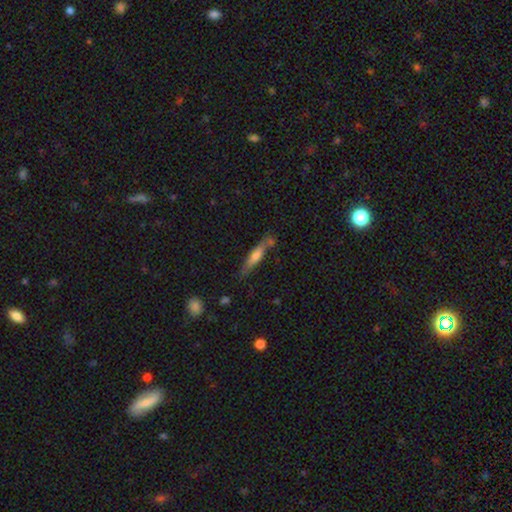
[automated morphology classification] This is possibly a smooth galaxy (54%). How rounded: clearly cigar-shaped (84%). Merging: likely none (66%).